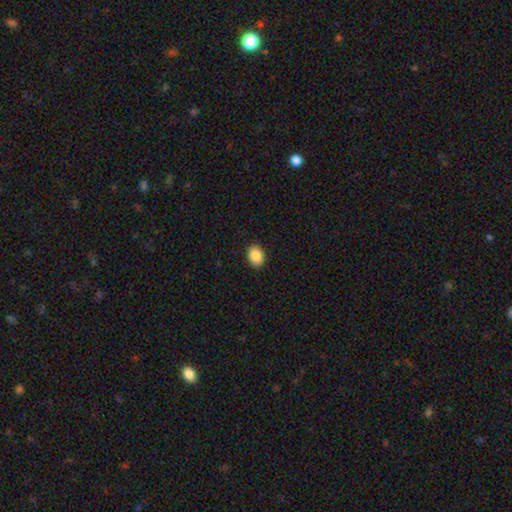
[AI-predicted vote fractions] Smooth or featured? Predicted: smooth (p=0.89). How rounded? Predicted: in between (p=0.72). Merging? Predicted: none (p=0.90).